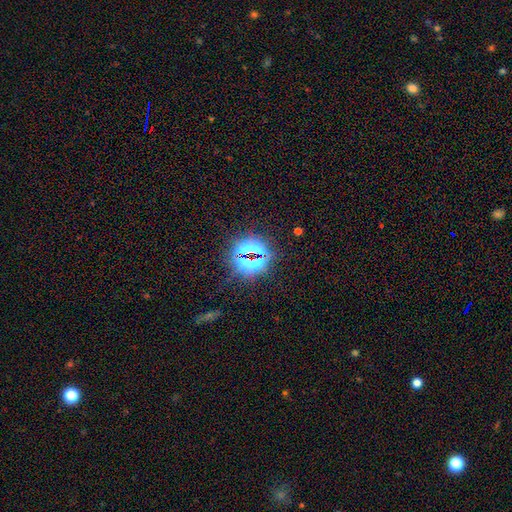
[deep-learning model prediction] The model was most divided on "smooth or featured": star or artifact: 69%, smooth: 22%, featured or disk: 9%.